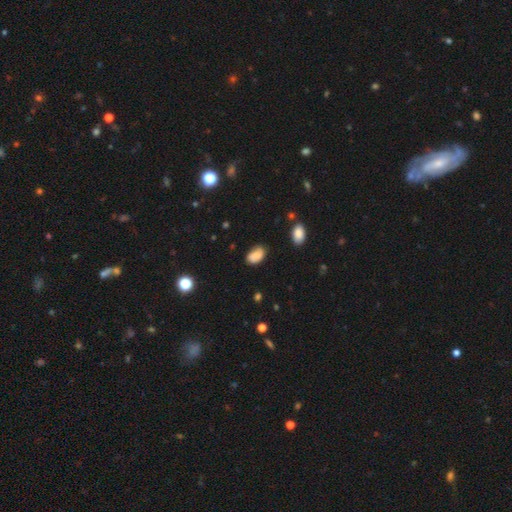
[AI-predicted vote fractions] Smooth or featured: smooth — 80% (featured or disk — 11%)
How rounded: in between — 91% (round — 8%)
Merging: none — 68% (minor disturbance — 24%)